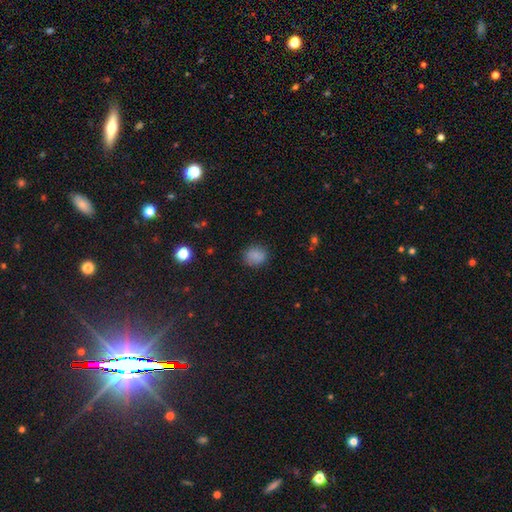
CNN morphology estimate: smooth 84%, star or artifact 11%, featured or disk 5%. Down the decision tree: how rounded — round (69%); merging — none (85%).